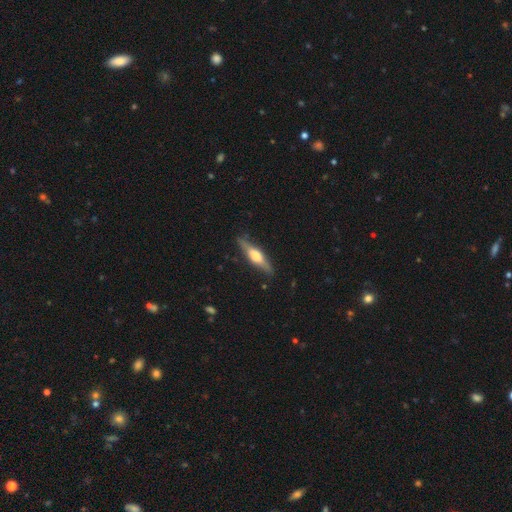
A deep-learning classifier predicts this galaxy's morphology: A featured or disk galaxy (61%) viewed edge-on (94%) with a rounded central bulge (87%). Merging: none (85%).